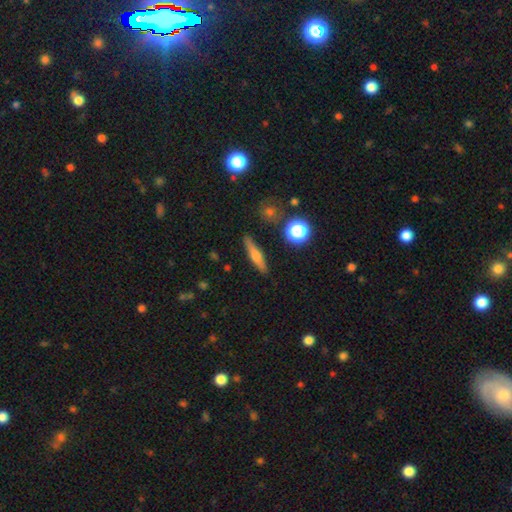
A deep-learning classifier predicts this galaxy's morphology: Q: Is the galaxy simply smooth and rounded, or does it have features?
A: smooth — 52%.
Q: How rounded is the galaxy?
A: cigar-shaped — 79%.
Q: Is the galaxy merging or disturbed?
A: none — 87%.